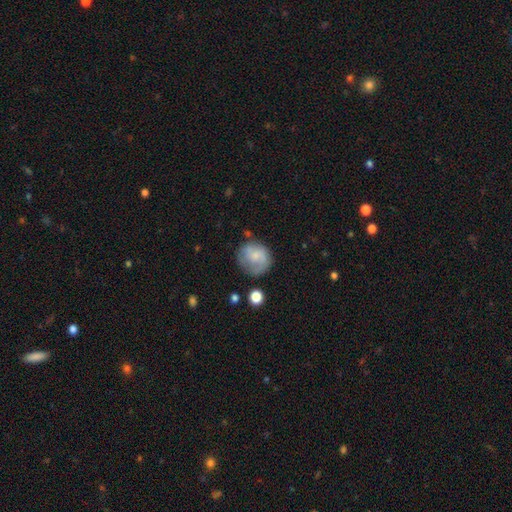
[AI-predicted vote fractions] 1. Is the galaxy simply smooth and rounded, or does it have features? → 61% smooth, 30% featured or disk, 8% star or artifact.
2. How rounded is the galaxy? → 84% round, 15% in between, 1% cigar-shaped.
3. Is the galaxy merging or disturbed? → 60% none, 24% minor disturbance, 12% major disturbance, 4% merger.